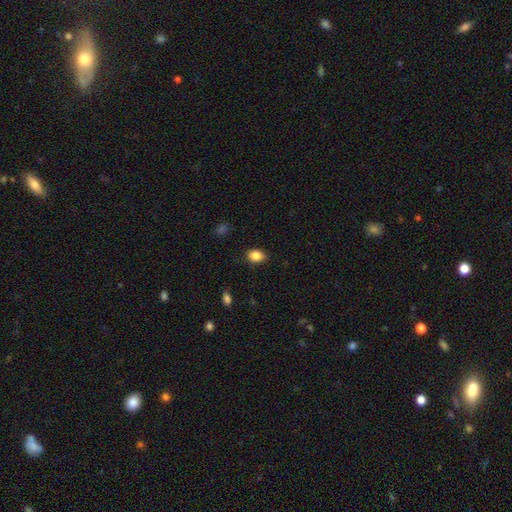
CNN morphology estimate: type=smooth (86%); roundness=in between (72%); merging=none (84%).